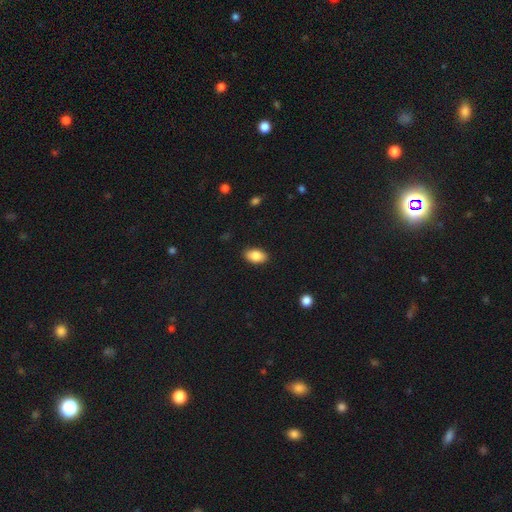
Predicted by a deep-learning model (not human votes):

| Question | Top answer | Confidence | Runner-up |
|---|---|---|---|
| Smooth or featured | smooth | 86% | star or artifact (7%) |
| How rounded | in between | 92% | round (6%) |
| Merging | none | 88% | minor disturbance (9%) |